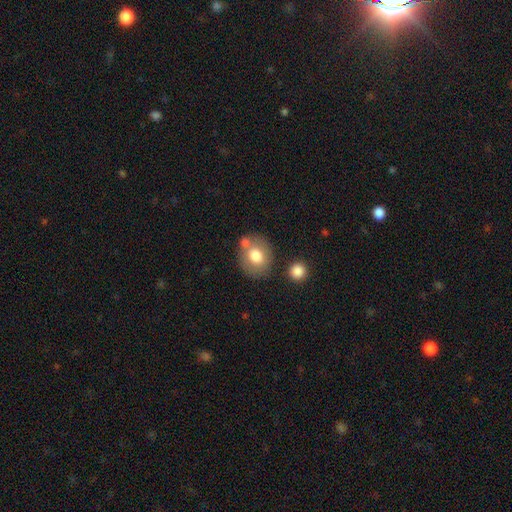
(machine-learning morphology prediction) This appears to be a smooth galaxy with no disk features (74%) that is round (59%). Merging: none (64%).